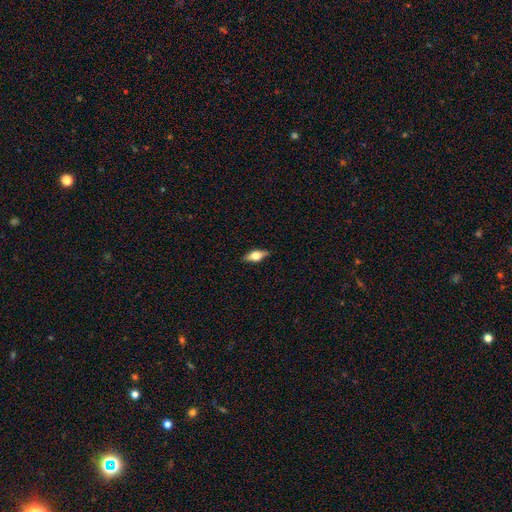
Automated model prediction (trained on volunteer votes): smooth 51%, featured or disk 42%, star or artifact 8%. Down the decision tree: how rounded — in between (71%); merging — none (86%).